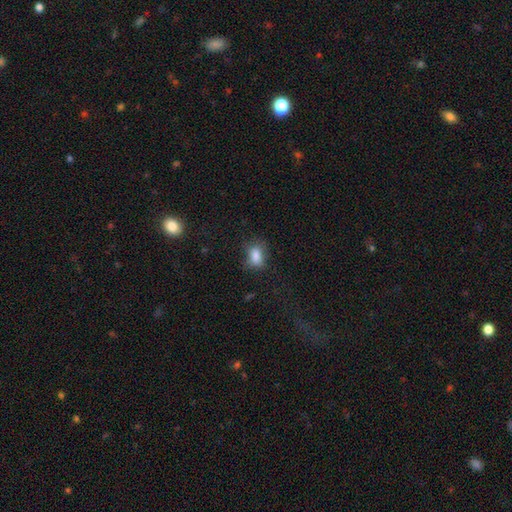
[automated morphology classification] Overall: smooth (82%). How rounded: in between (76%). Merging: none (65%).